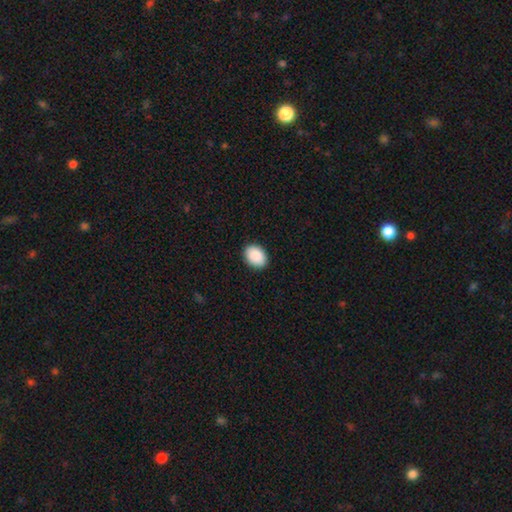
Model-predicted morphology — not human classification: type=smooth (90%); roundness=in between (78%); merging=none (91%).